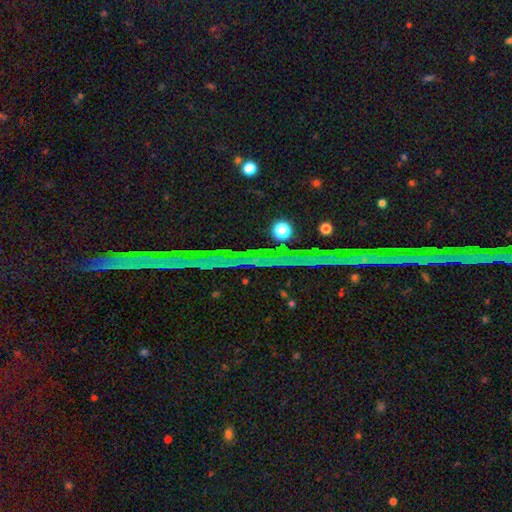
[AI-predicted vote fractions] This is clearly a star or artifact rather than a galaxy (85%).